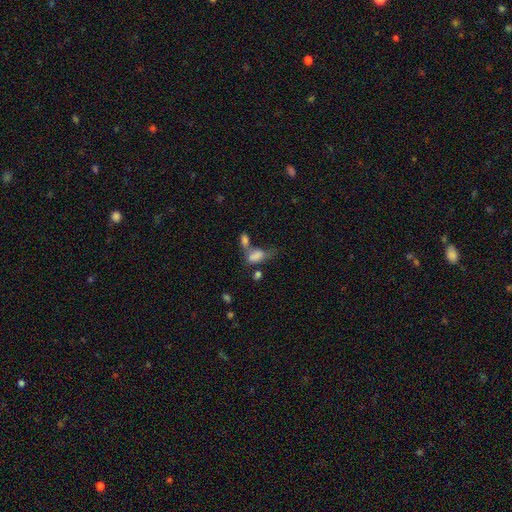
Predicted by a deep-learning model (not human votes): The model was most divided on "merging": merger: 50%, none: 21%, major disturbance: 15%, minor disturbance: 14%. More confident: how rounded — in between (87%); smooth or featured — smooth (77%).